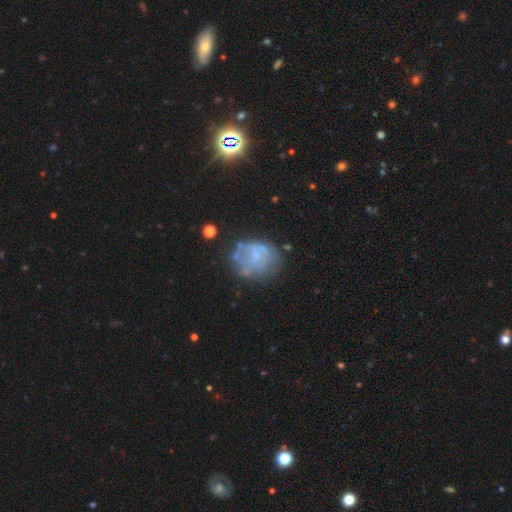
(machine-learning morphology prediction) Overall: featured or disk (52%; smooth 34%). Edge-on disk: no (98%). Bar: no (78%). Spiral arms: no (80%). Bulge size: small (46%; none 39%). Merging: none (51%; minor disturbance 23%).